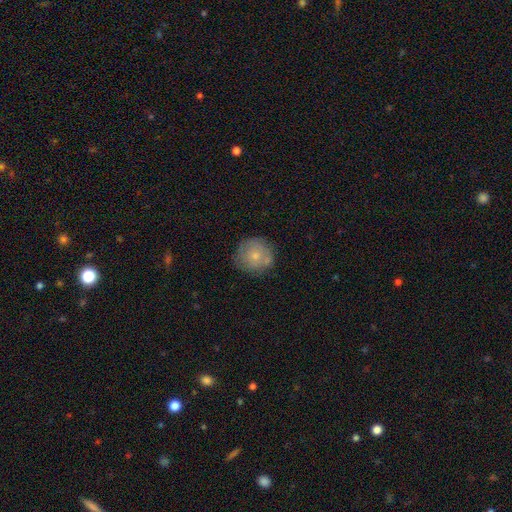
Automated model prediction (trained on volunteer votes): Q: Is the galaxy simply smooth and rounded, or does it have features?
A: smooth — 65%.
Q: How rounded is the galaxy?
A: round — 92%.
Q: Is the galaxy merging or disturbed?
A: none — 70%.